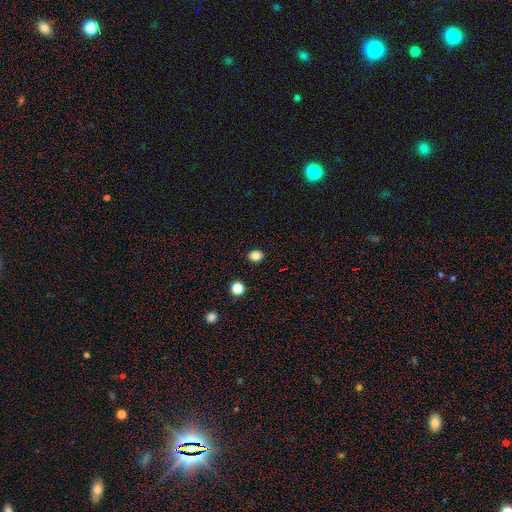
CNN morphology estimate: Smooth or featured: smooth — 83% (star or artifact — 12%)
How rounded: round — 51% (in between — 48%)
Merging: none — 90% (minor disturbance — 6%)